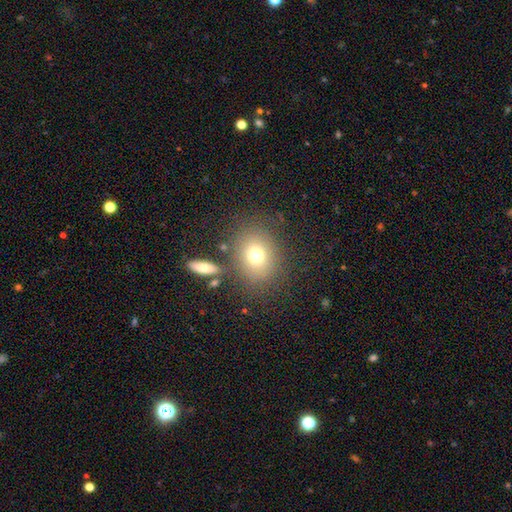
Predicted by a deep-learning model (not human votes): Smooth or featured?
  - smooth: 73% *
  - featured or disk: 14%
  - star or artifact: 13%
How rounded?
  - round: 58% *
  - in between: 41%
  - cigar-shaped: 1%
Merging?
  - none: 77% *
  - minor disturbance: 11%
  - merger: 7%
  - major disturbance: 5%